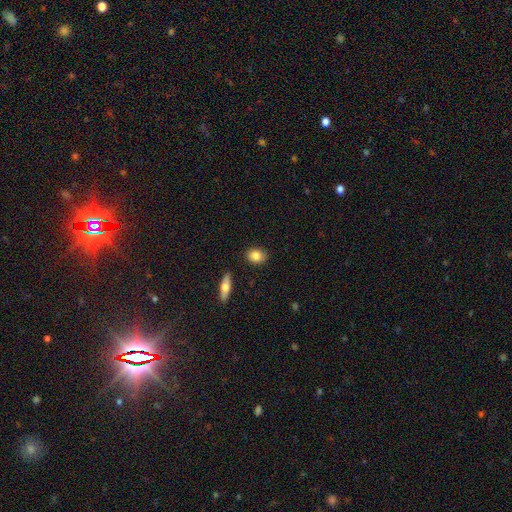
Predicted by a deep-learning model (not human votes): smooth 83%, featured or disk 9%, star or artifact 7%. Down the decision tree: how rounded — in between (59%); merging — none (86%).